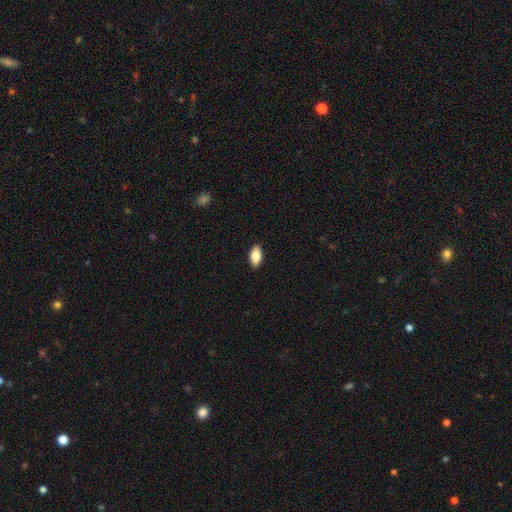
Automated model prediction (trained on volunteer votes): Smooth or featured? smooth (84%)
How rounded? in between (92%)
Merging? none (90%)